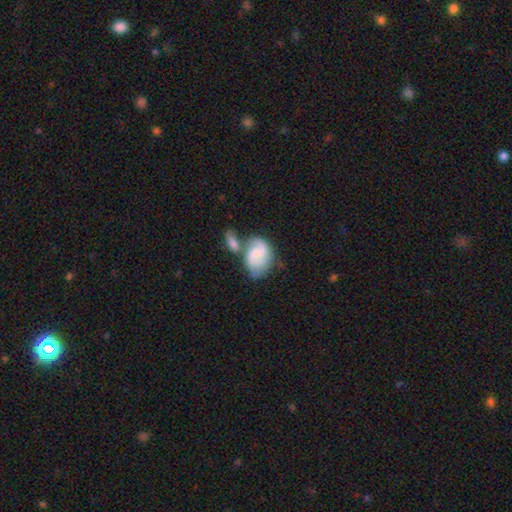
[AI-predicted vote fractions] A featured or disk galaxy (61%) with no bar (55%), 2 (81%) medium (47%) spiral arms (89%) and a small central bulge (42%). Merging: merger (46%).